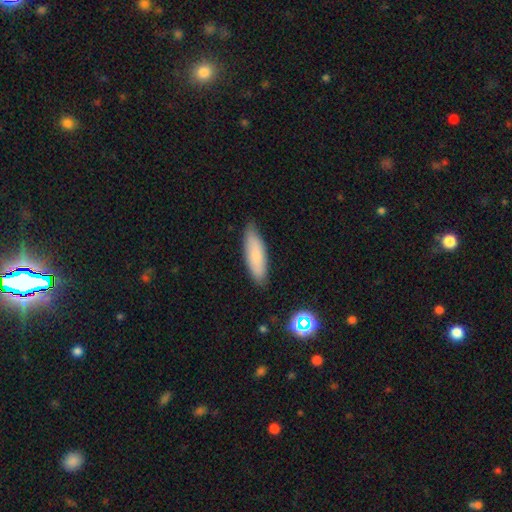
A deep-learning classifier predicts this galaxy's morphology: This appears to be a smooth galaxy with no disk features (80%) that is cigar-shaped (52%). Merging: none (81%).